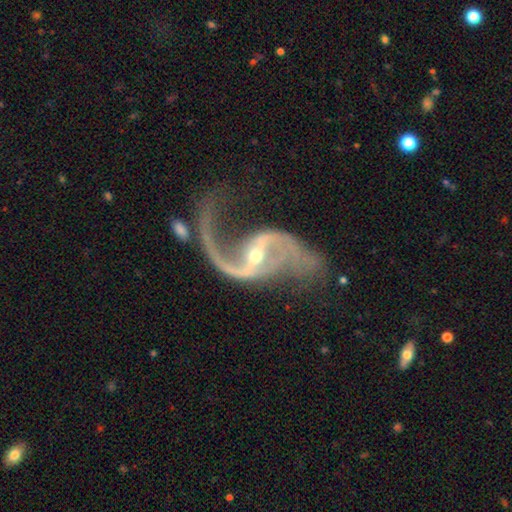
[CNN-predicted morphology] Overall: featured or disk (93%). Edge-on disk: no (97%). Bar: strong (46%; weak 37%). Spiral arms: yes (97%). Spiral arm count: 2 (91%). Spiral winding: loose (75%). Bulge size: small (61%; moderate 36%). Merging: none (50%; major disturbance 24%).